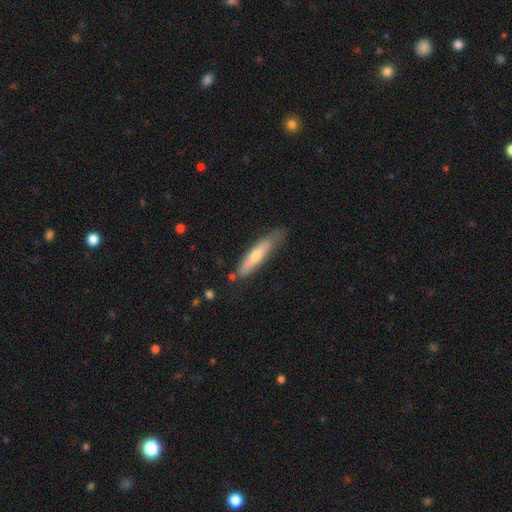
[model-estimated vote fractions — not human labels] The model was most divided on "smooth or featured": featured or disk: 47%, smooth: 46%, star or artifact: 7%. More confident: merging — none (74%).